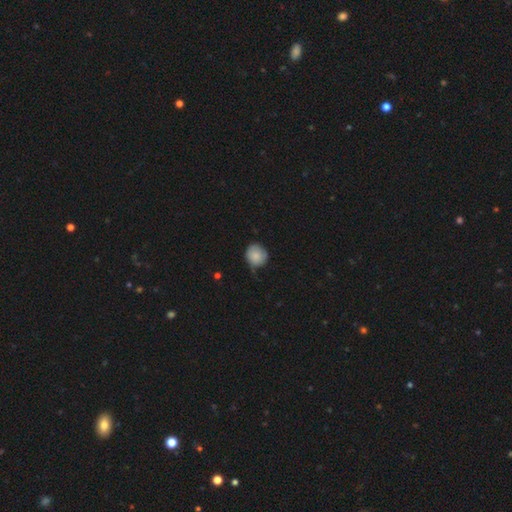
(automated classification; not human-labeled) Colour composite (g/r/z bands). It shows a smooth galaxy with no disk features (81%) that is round (86%). Merging: none (59%).